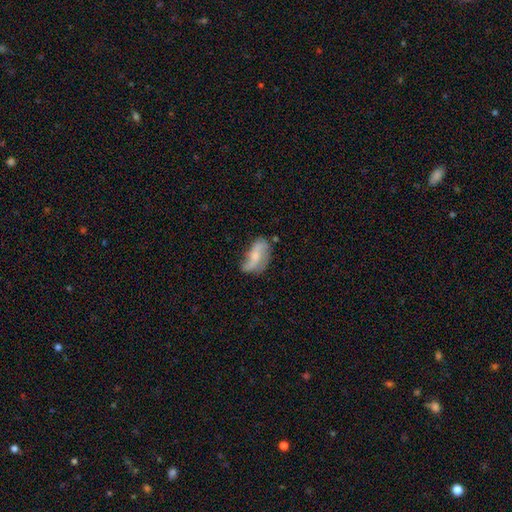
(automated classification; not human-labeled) smooth-or-featured: featured or disk: 60% | smooth: 33% | star or artifact: 7%
  disk-edge-on: no: 93% | yes: 7%
    bar: no: 51% | weak: 35% | strong: 15%
    has-spiral-arms: yes: 84% | no: 16%
    bulge-size: small: 47% | moderate: 36% | none: 13% | large: 3% | dominant: 1%
  merging: none: 50% | minor disturbance: 29% | major disturbance: 16% | merger: 4%